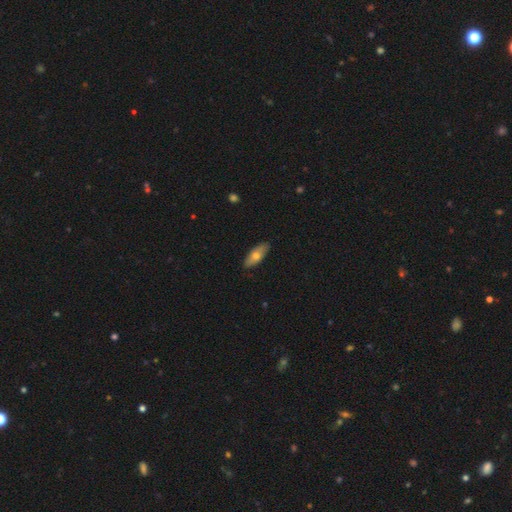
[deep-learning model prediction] Smooth or featured?
  - smooth: 66% *
  - featured or disk: 28%
  - star or artifact: 6%
How rounded?
  - in between: 70% *
  - cigar-shaped: 28%
  - round: 3%
Merging?
  - none: 87% *
  - minor disturbance: 10%
  - major disturbance: 2%
  - merger: 1%